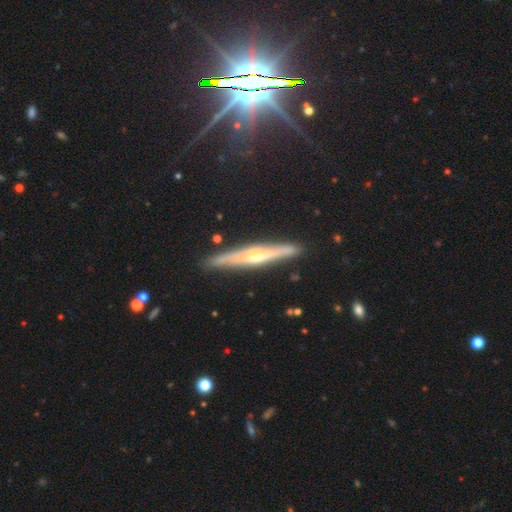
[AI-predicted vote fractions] This is likely a featured or disk galaxy (74%). It is clearly viewed edge-on (95%). Edge-on bulge: likely rounded (76%). Merging: clearly none (88%).